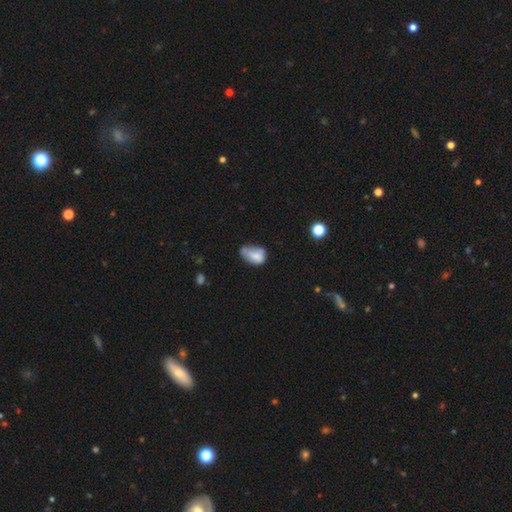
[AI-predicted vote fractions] Smooth or featured: smooth — 69% (featured or disk — 21%)
How rounded: in between — 82% (round — 17%)
Merging: minor disturbance — 39% (none — 28%)